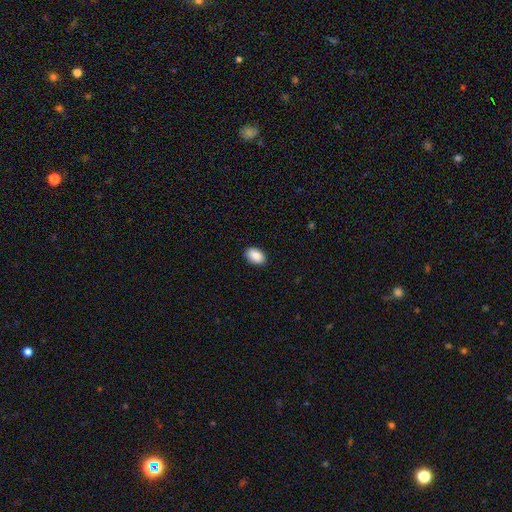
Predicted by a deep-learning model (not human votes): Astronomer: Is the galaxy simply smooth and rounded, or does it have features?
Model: smooth — 89%.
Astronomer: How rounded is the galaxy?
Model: in between — 89%.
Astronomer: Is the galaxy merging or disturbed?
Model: none — 90%.